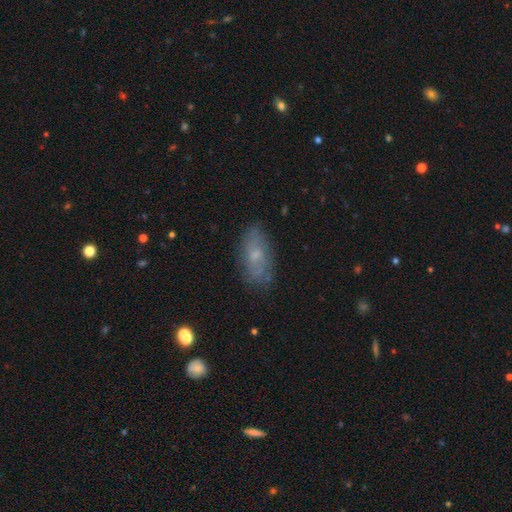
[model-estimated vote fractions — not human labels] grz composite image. It shows a smooth galaxy with no disk features (57%) that is in between round and cigar-shaped (88%). Merging: none (76%).